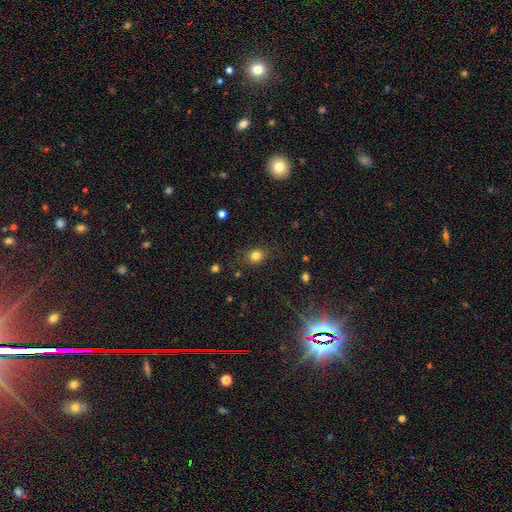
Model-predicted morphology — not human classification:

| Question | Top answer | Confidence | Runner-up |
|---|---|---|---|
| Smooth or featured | smooth | 80% | star or artifact (13%) |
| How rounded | round | 60% | in between (39%) |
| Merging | none | 82% | minor disturbance (12%) |